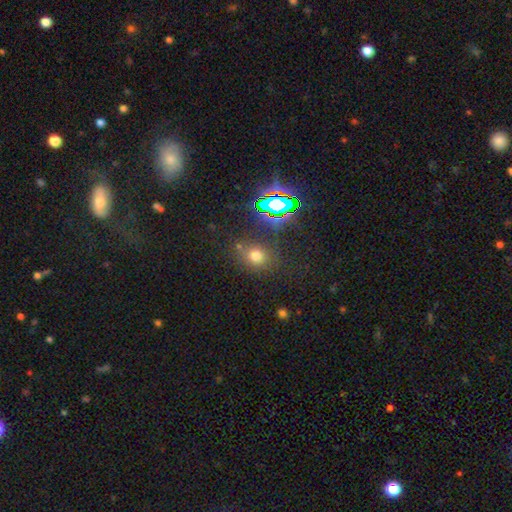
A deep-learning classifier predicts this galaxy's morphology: This is likely a smooth galaxy (66%). How rounded: likely round (67%). Merging: likely none (75%).